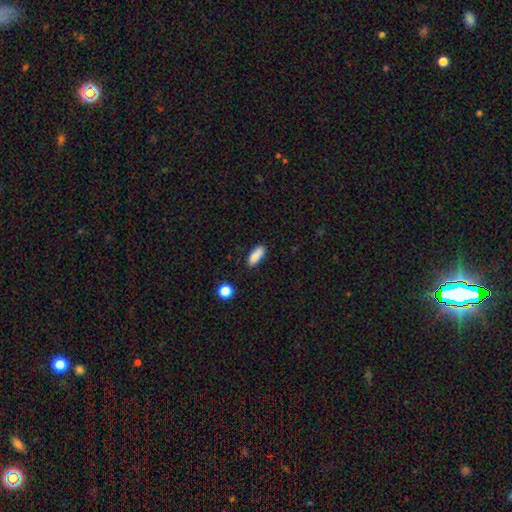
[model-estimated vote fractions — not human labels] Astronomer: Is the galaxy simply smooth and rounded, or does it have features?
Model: smooth — 86%.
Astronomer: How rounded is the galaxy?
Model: in between — 73%.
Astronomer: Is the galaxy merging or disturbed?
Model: none — 80%.